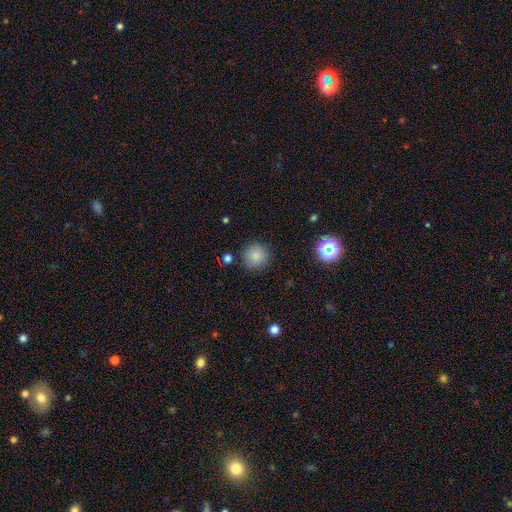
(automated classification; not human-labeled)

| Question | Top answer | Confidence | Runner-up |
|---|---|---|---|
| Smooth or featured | smooth | 83% | star or artifact (11%) |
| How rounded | round | 95% | in between (4%) |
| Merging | none | 89% | minor disturbance (7%) |